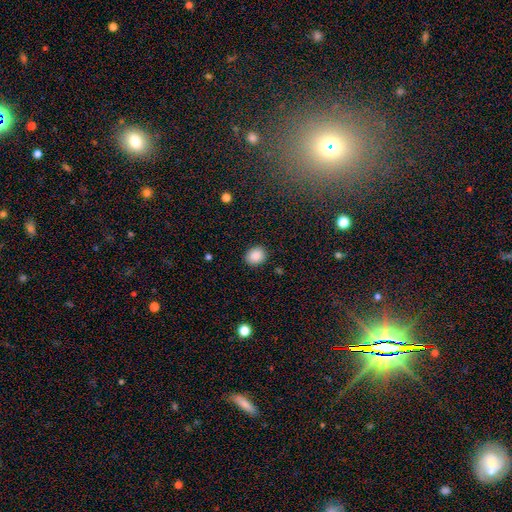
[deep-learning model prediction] The model was most divided on "how rounded": round: 65%, in between: 34%, cigar-shaped: 1%. More confident: merging — none (89%); smooth or featured — smooth (88%).